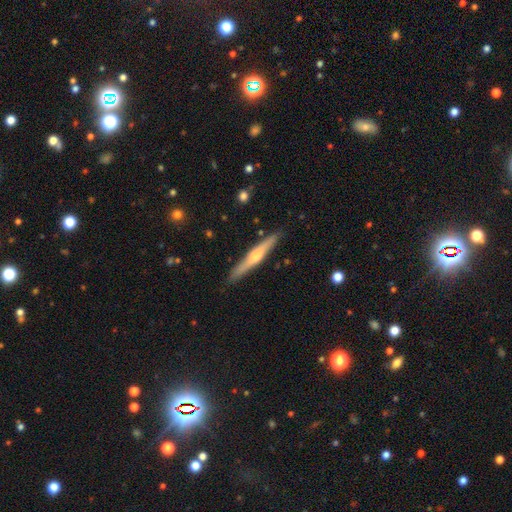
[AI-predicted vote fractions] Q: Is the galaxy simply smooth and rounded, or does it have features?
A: featured or disk — 58%.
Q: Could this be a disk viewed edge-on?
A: yes — 96%.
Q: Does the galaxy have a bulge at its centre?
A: rounded — 78%.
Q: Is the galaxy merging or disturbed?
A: none — 88%.